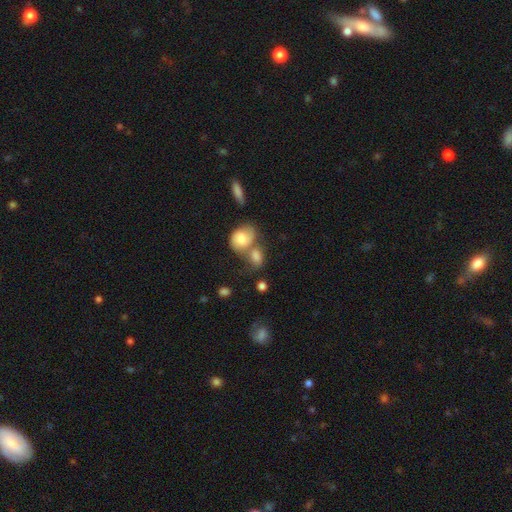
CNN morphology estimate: This appears to be a smooth galaxy with no disk features (73%) that is in between round and cigar-shaped (67%). Merging: merger (55%).